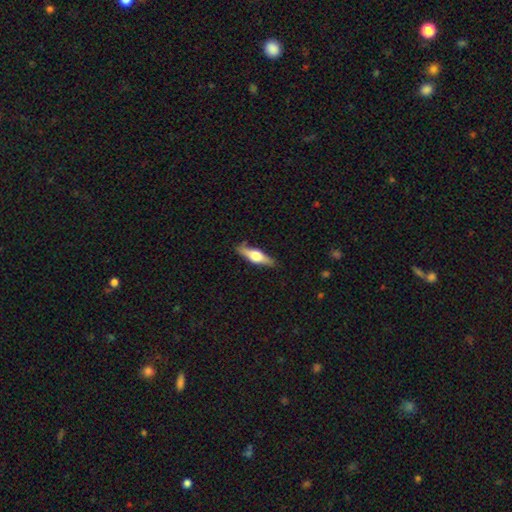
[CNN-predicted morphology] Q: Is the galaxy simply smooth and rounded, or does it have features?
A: featured or disk — 57%.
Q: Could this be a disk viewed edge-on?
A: yes — 93%.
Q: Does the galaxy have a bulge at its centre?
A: rounded — 93%.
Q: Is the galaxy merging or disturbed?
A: none — 85%.